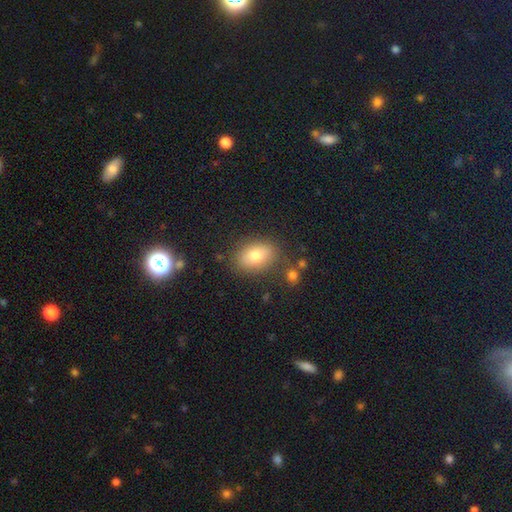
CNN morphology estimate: Smooth or featured? smooth (77%)
How rounded? in between (80%)
Merging? none (81%)